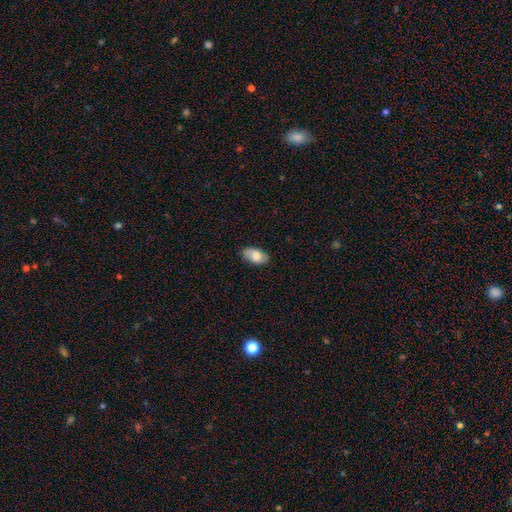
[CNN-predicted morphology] smooth 79%, featured or disk 15%, star or artifact 7%. Down the decision tree: how rounded — in between (94%); merging — none (83%).